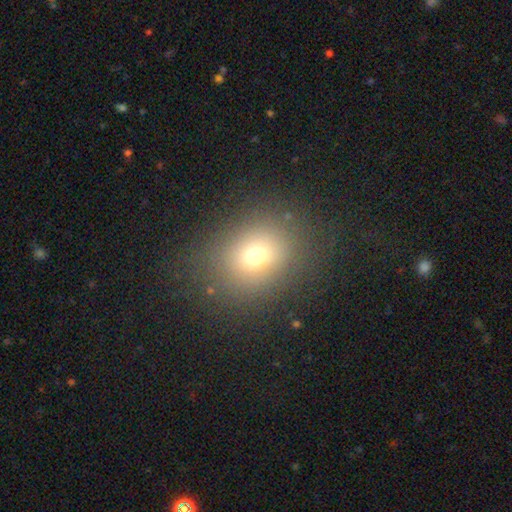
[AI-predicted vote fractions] This appears to be a smooth galaxy with no disk features (70%) that is round (62%). Merging: none (82%).